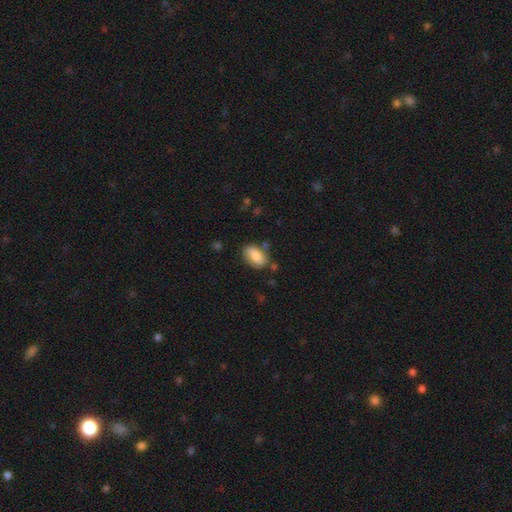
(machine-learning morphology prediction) Q: Smooth or featured?
A: smooth (81%); runner-up: featured or disk (12%)
Q: How rounded?
A: in between (90%); runner-up: round (8%)
Q: Merging?
A: none (73%); runner-up: minor disturbance (18%)